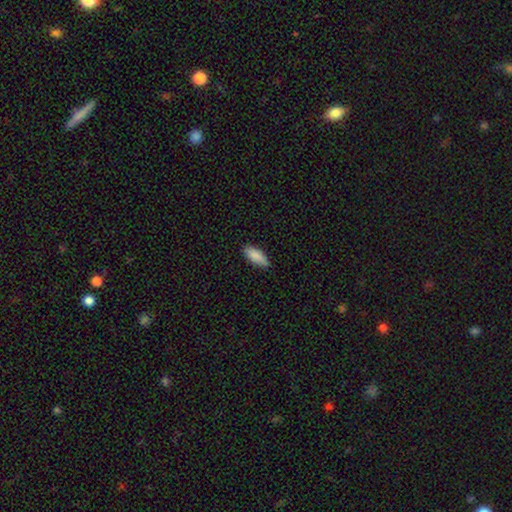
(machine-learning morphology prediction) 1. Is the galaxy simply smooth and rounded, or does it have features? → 89% smooth, 6% star or artifact, 5% featured or disk.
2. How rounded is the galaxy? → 75% in between, 23% cigar-shaped, 2% round.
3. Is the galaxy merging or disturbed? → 83% none, 14% minor disturbance, 2% major disturbance, 1% merger.